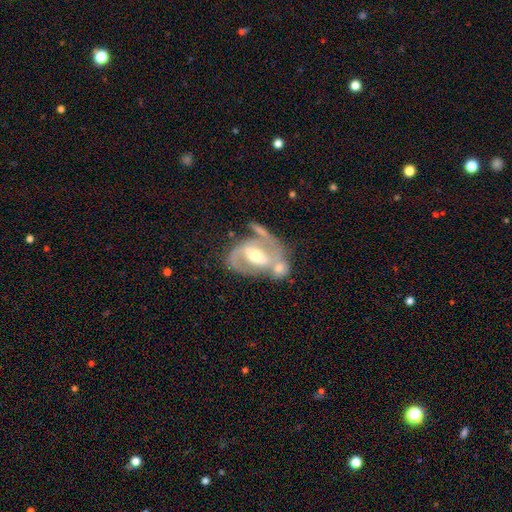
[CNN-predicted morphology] Q: Smooth or featured?
A: featured or disk (82%); runner-up: smooth (12%)
Q: Edge-on disk?
A: no (96%); runner-up: yes (4%)
Q: Bar?
A: strong (44%); runner-up: weak (39%)
Q: Spiral arms?
A: yes (86%); runner-up: no (14%)
Q: Spiral winding?
A: medium (51%); runner-up: tight (26%)
Q: Spiral arm count?
A: 2 (78%); runner-up: can't tell (9%)
Q: Bulge size?
A: moderate (65%); runner-up: small (28%)
Q: Merging?
A: merger (36%); runner-up: none (35%)